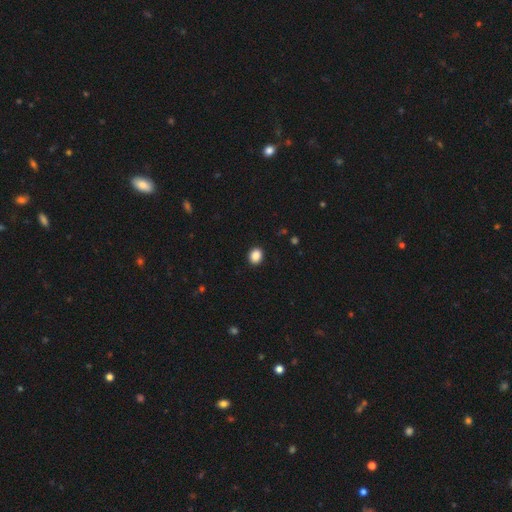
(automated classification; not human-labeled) Overall: smooth (88%). How rounded: round (57%; in between 42%). Merging: none (91%).